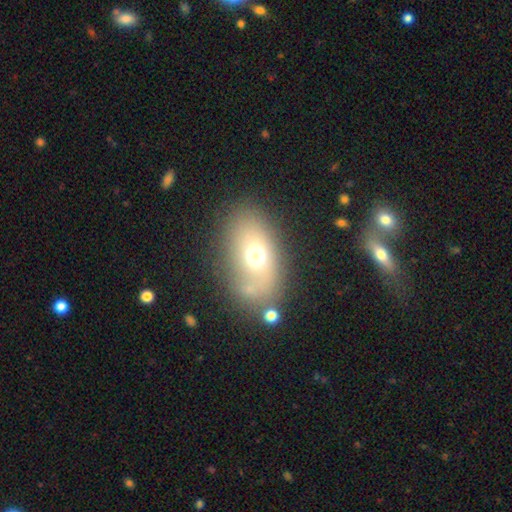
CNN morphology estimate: This is likely a smooth galaxy (61%). How rounded: likely in between (79%). Merging: likely none (64%).